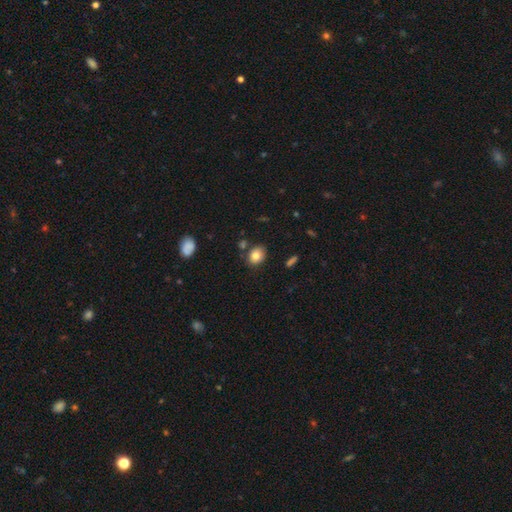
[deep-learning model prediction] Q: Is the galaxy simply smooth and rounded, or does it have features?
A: smooth — 82%.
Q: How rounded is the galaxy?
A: in between — 51%.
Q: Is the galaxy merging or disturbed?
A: none — 79%.